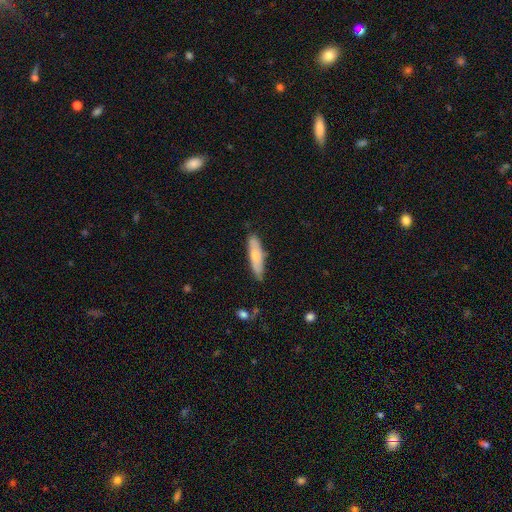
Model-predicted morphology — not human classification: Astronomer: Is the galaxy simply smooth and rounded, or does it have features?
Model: smooth — 63%.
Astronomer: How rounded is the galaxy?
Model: cigar-shaped — 67%.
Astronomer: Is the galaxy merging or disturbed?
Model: none — 79%.